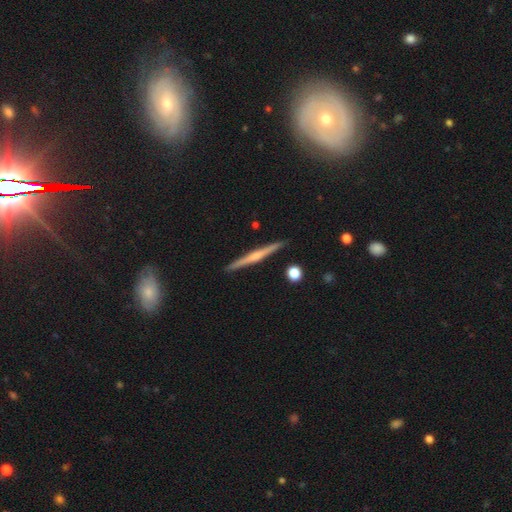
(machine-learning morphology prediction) Overall: featured or disk (70%). Edge-on disk: yes (98%). Edge-on bulge: rounded (64%; none 25%). Merging: none (92%).